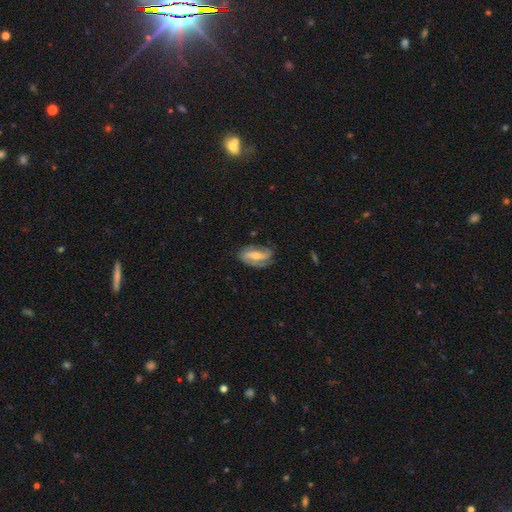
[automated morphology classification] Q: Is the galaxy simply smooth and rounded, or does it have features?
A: featured or disk — 74%.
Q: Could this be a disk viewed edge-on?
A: no — 92%.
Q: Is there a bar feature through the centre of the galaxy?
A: strong — 50%.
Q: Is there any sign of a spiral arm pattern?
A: yes — 89%.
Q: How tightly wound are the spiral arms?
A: medium — 41%.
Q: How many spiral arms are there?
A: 2 — 79%.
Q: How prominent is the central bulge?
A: moderate — 53%.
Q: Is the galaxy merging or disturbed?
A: none — 72%.